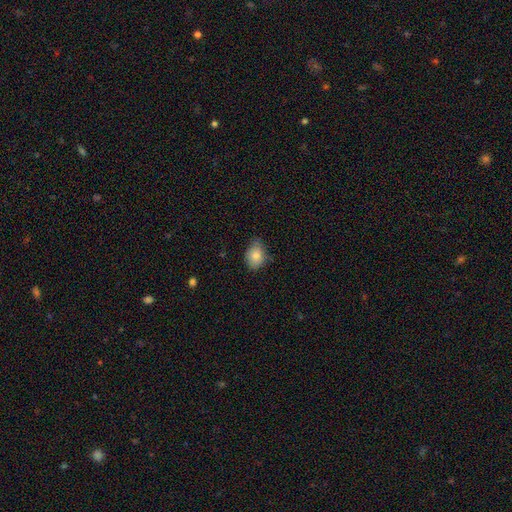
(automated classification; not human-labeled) A smooth galaxy with no disk features (83%) that is in between round and cigar-shaped (71%). Merging: none (64%).